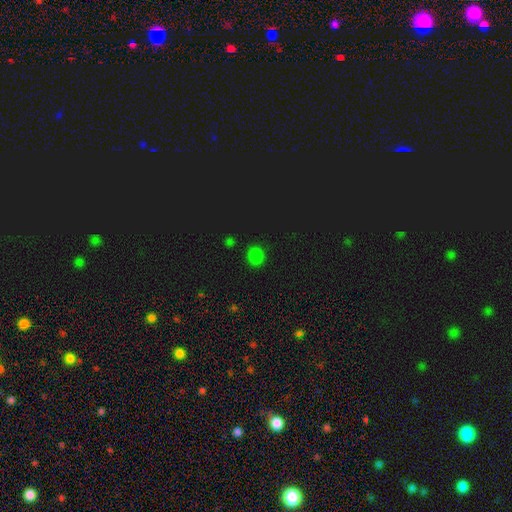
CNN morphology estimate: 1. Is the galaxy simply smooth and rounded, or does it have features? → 76% smooth, 21% star or artifact, 3% featured or disk.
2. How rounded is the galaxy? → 80% round, 19% in between, 1% cigar-shaped.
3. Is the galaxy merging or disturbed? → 88% none, 8% minor disturbance, 2% major disturbance, 2% merger.